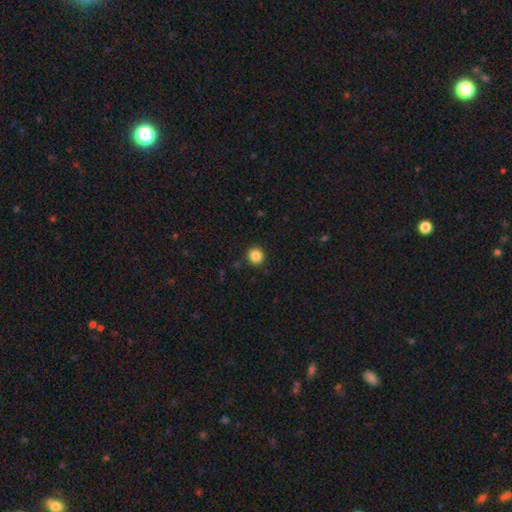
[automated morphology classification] Smooth or featured?
  - smooth: 86% *
  - star or artifact: 10%
  - featured or disk: 4%
How rounded?
  - round: 87% *
  - in between: 12%
  - cigar-shaped: 1%
Merging?
  - none: 90% *
  - minor disturbance: 7%
  - major disturbance: 2%
  - merger: 1%